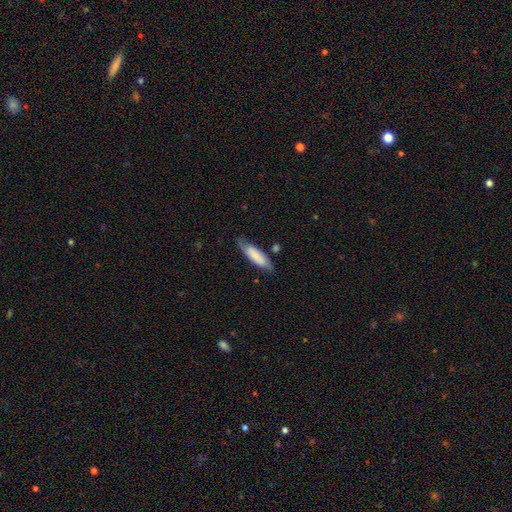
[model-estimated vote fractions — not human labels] Smooth or featured?
  - smooth: 71% *
  - featured or disk: 23%
  - star or artifact: 6%
How rounded?
  - cigar-shaped: 59% *
  - in between: 39%
  - round: 2%
Merging?
  - none: 67% *
  - minor disturbance: 24%
  - major disturbance: 6%
  - merger: 3%